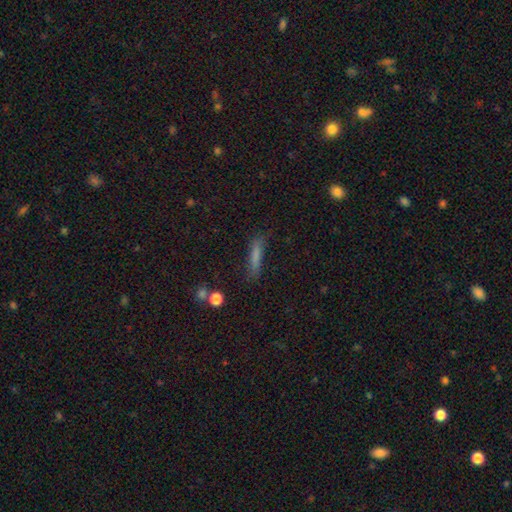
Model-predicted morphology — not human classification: This appears to be a smooth galaxy with no disk features (74%) that is cigar-shaped (85%). Merging: none (75%).